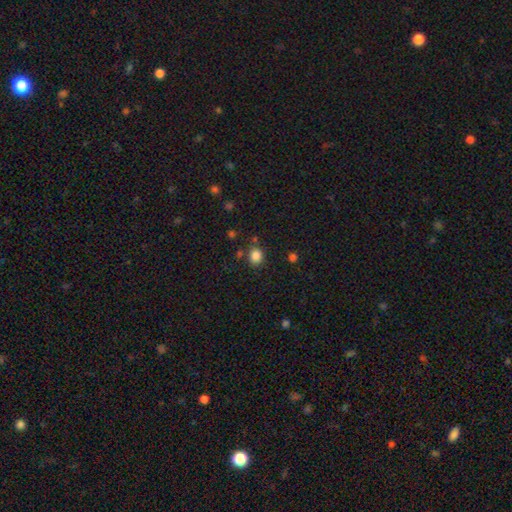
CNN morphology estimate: smooth_or_featured: smooth (p=0.84) [alt: star or artifact p=0.12]
how_rounded: round (p=0.74) [alt: in between p=0.25]
merging: none (p=0.78) [alt: minor disturbance p=0.12]